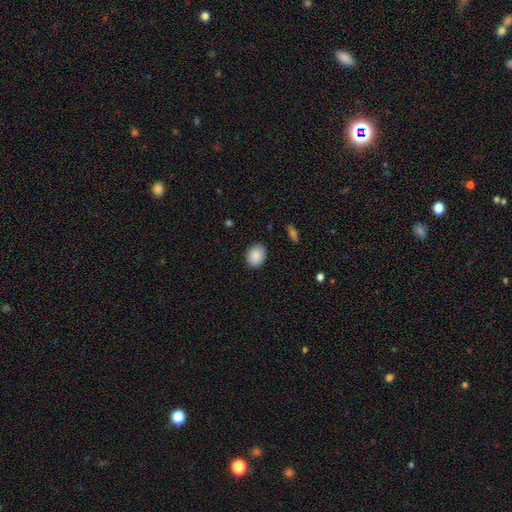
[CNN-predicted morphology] Smooth or featured? smooth (89%)
How rounded? in between (56%)
Merging? none (88%)